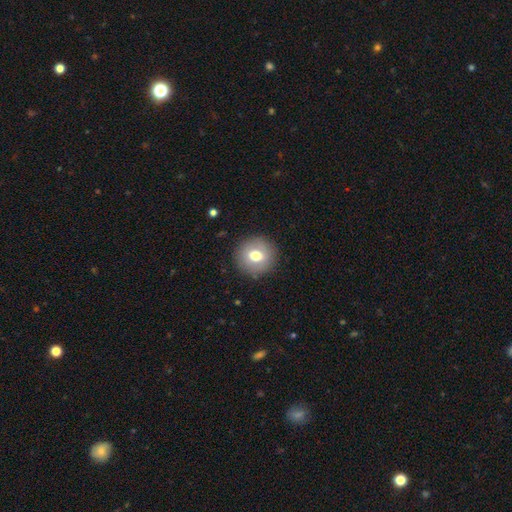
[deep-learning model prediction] smooth 71%, featured or disk 19%, star or artifact 10%. Down the decision tree: how rounded — round (93%); merging — none (89%).